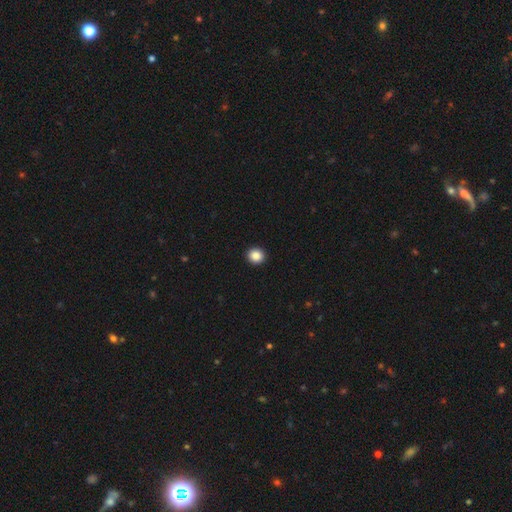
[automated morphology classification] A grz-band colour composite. It shows a smooth galaxy with no disk features (88%) that is round (85%). Merging: none (93%).